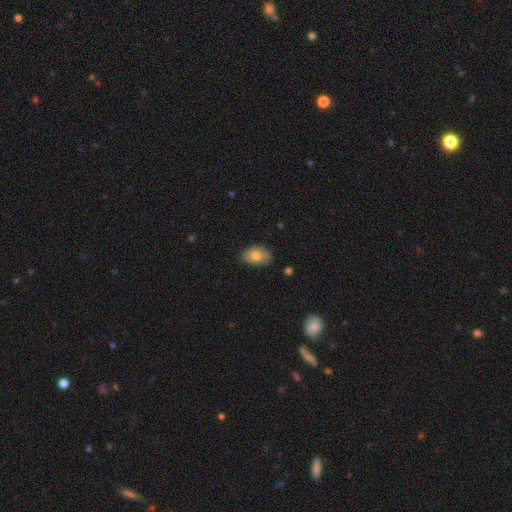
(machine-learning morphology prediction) smooth_or_featured: smooth (p=0.74) [alt: featured or disk p=0.18]
how_rounded: in between (p=0.84) [alt: round p=0.15]
merging: none (p=0.73) [alt: minor disturbance p=0.22]